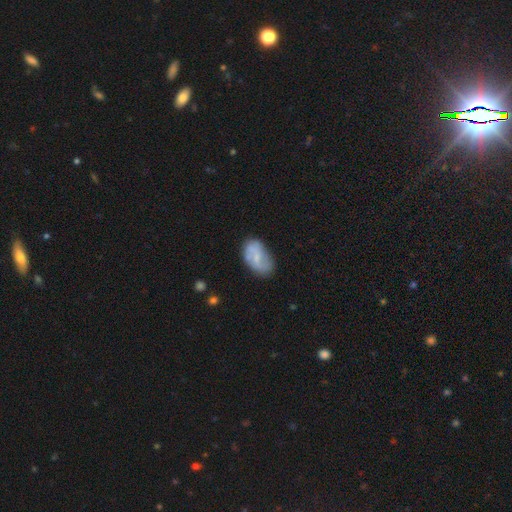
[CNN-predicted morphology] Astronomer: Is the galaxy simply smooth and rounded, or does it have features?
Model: smooth — 51% (runner-up: featured or disk, 42%).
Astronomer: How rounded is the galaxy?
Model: in between — 93%.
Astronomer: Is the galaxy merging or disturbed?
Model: none — 60%.